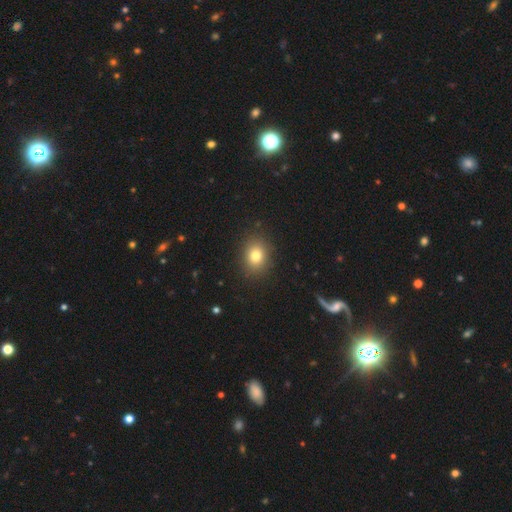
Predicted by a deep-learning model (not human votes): Smooth or featured?
  - smooth: 79% *
  - star or artifact: 12%
  - featured or disk: 9%
How rounded?
  - round: 56% *
  - in between: 43%
  - cigar-shaped: 1%
Merging?
  - none: 89% *
  - minor disturbance: 8%
  - major disturbance: 3%
  - merger: 1%